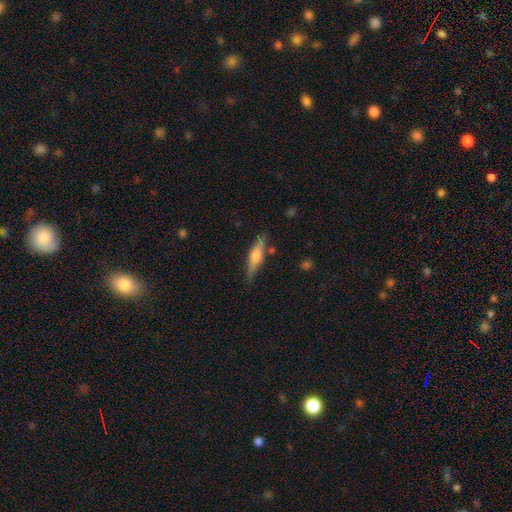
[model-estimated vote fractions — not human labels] A smooth galaxy with no disk features (48%). Merging: none (79%).